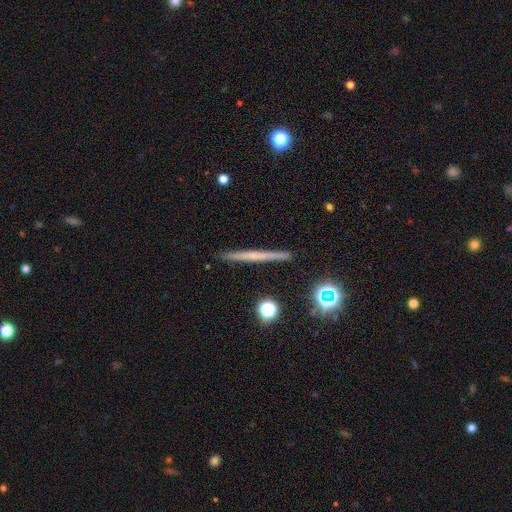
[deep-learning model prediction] Overall: featured or disk (53%; smooth 39%). Edge-on disk: yes (97%). Edge-on bulge: none (77%). Merging: none (92%).